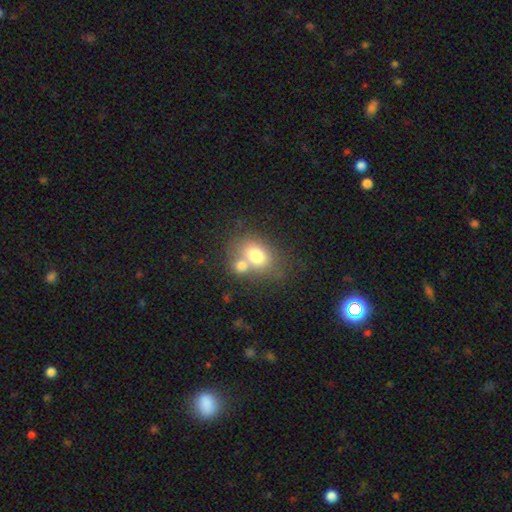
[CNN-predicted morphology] Q: Smooth or featured?
A: smooth (73%); runner-up: featured or disk (17%)
Q: How rounded?
A: in between (59%); runner-up: round (40%)
Q: Merging?
A: merger (46%); runner-up: none (38%)